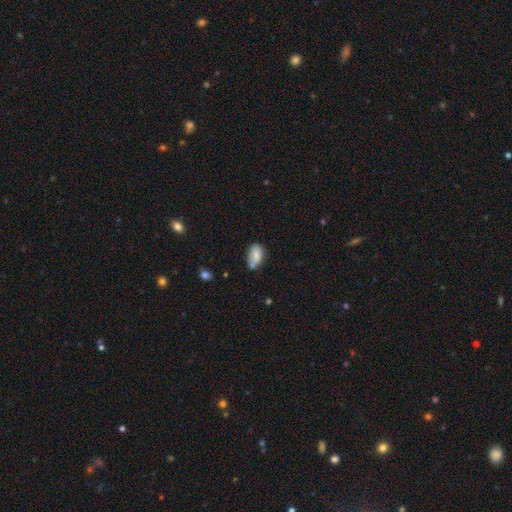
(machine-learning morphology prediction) Smooth or featured?
  - smooth: 76% *
  - featured or disk: 16%
  - star or artifact: 9%
How rounded?
  - in between: 89% *
  - round: 8%
  - cigar-shaped: 3%
Merging?
  - none: 47% *
  - minor disturbance: 26%
  - merger: 19%
  - major disturbance: 8%